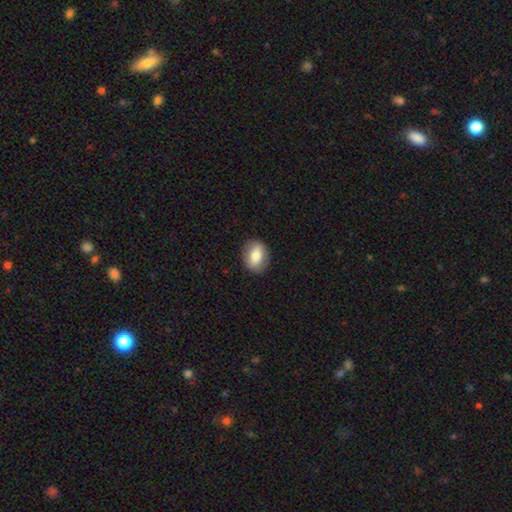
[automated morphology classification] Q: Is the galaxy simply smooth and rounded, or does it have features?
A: smooth — 76%.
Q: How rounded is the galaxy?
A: in between — 69%.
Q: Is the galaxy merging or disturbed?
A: none — 87%.